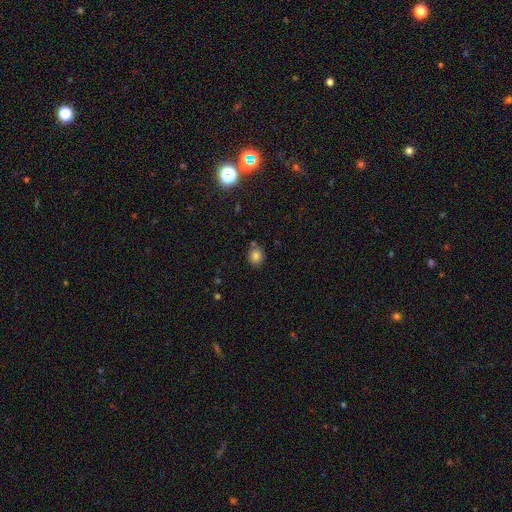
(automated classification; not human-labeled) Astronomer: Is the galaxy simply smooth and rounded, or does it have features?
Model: smooth — 81%.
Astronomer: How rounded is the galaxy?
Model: round — 70%.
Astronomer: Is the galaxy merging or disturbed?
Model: none — 77%.